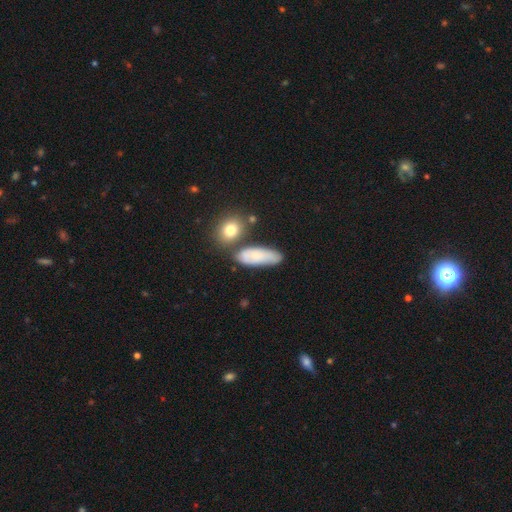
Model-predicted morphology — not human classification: A smooth galaxy with no disk features (68%) that is in between round and cigar-shaped (70%).

Vote fractions:
- Smooth or featured? smooth: 68% / featured or disk: 23% / star or artifact: 8%
- How rounded? in between: 70% / cigar-shaped: 26% / round: 4%
- Merging? none: 63% / minor disturbance: 21% / merger: 11% / major disturbance: 5%